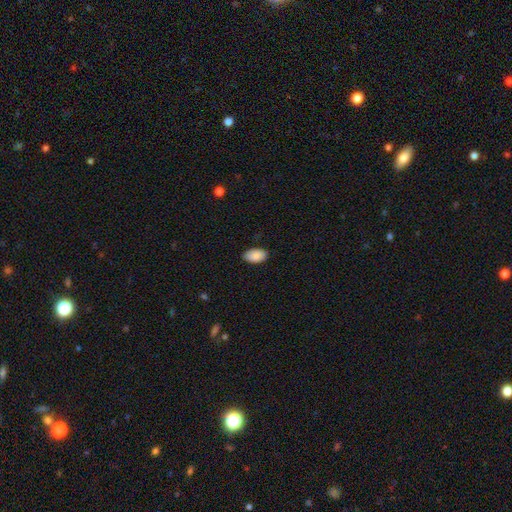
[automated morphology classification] Overall: smooth (88%). How rounded: in between (95%). Merging: none (84%).